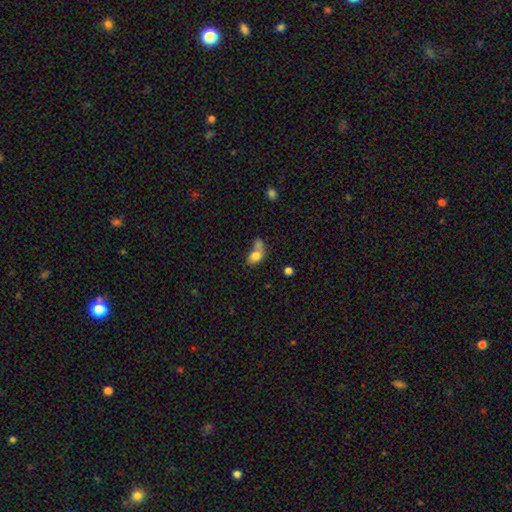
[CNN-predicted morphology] Smooth or featured?
  - smooth: 78% *
  - featured or disk: 13%
  - star or artifact: 9%
How rounded?
  - in between: 69% *
  - round: 29%
  - cigar-shaped: 2%
Merging?
  - merger: 56% *
  - none: 24%
  - minor disturbance: 11%
  - major disturbance: 8%